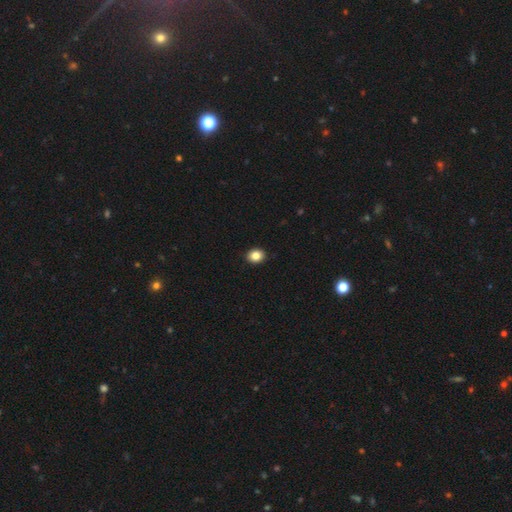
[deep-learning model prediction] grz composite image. It shows a smooth galaxy with no disk features (85%) that is round (56%). Merging: none (92%).